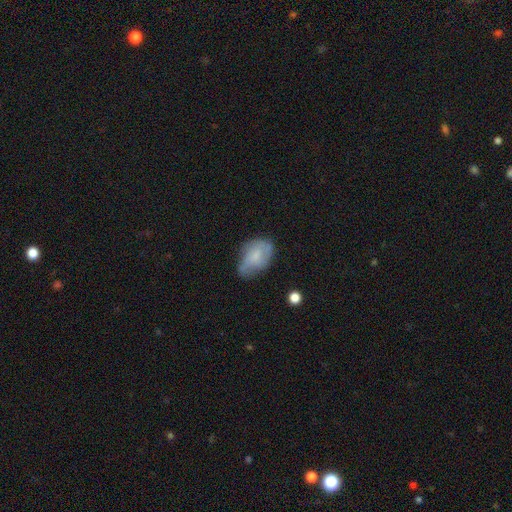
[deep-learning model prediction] This appears to be a smooth galaxy with no disk features (57%) that is in between round and cigar-shaped (86%). Merging: none (42%).